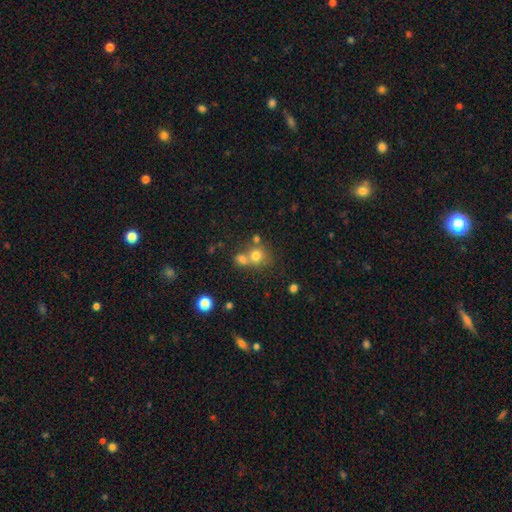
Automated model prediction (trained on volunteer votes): smooth-or-featured: smooth: 73% | star or artifact: 14% | featured or disk: 13%
  how-rounded: round: 82% | in between: 18% | cigar-shaped: 1%
  merging: merger: 46% | none: 42% | minor disturbance: 8% | major disturbance: 4%